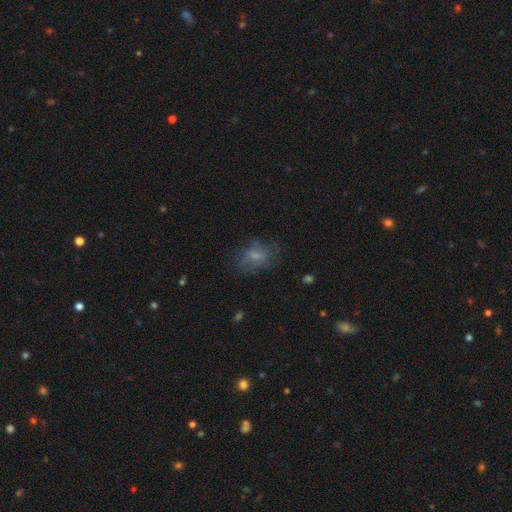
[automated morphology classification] smooth 57%, featured or disk 31%, star or artifact 13%. Down the decision tree: how rounded — in between (70%); merging — none (58%).